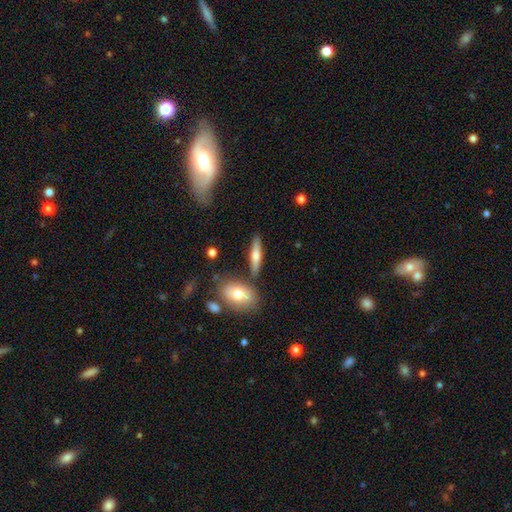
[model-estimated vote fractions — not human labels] This appears to be a smooth galaxy with no disk features (53%) that is cigar-shaped (70%). Merging: none (78%).